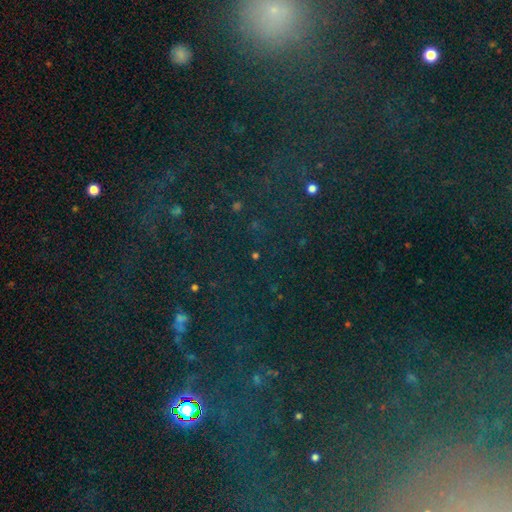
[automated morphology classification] Q: Smooth or featured?
A: star or artifact (81%); runner-up: smooth (11%)